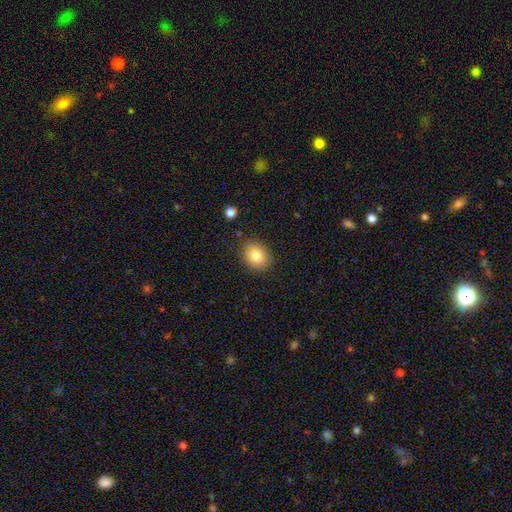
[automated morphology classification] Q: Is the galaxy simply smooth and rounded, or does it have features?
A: smooth — 80%.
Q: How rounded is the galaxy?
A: round — 50%.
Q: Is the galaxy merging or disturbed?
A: none — 85%.